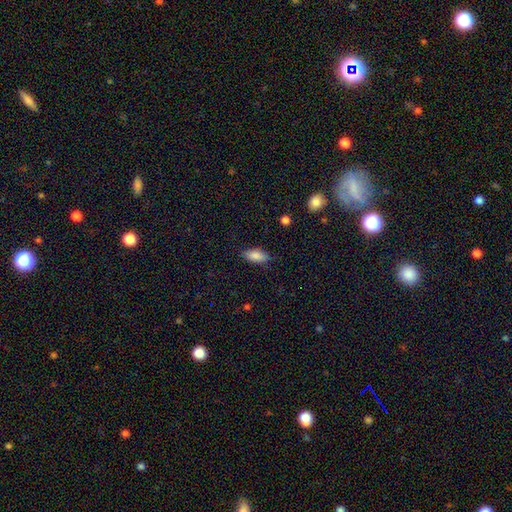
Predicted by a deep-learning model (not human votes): This is clearly a smooth galaxy (87%). How rounded: clearly in between (84%). Merging: clearly none (85%).